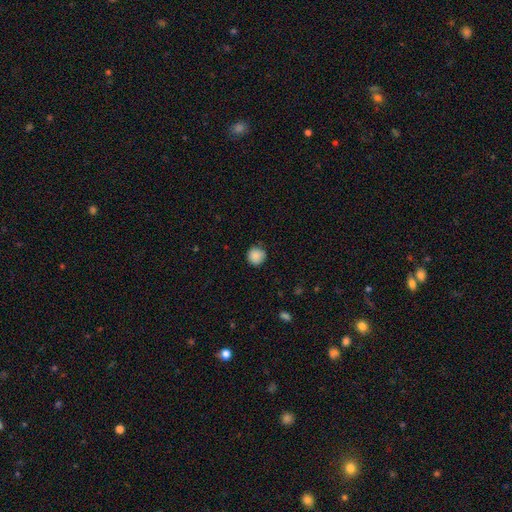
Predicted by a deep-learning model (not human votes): This appears to be a smooth galaxy with no disk features (88%) that is round (93%). Merging: none (84%).